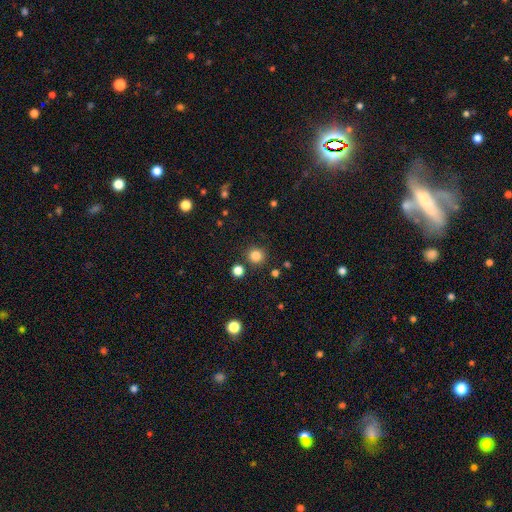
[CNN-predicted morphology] This is clearly a smooth galaxy (83%). How rounded: clearly round (94%). Merging: clearly none (87%).